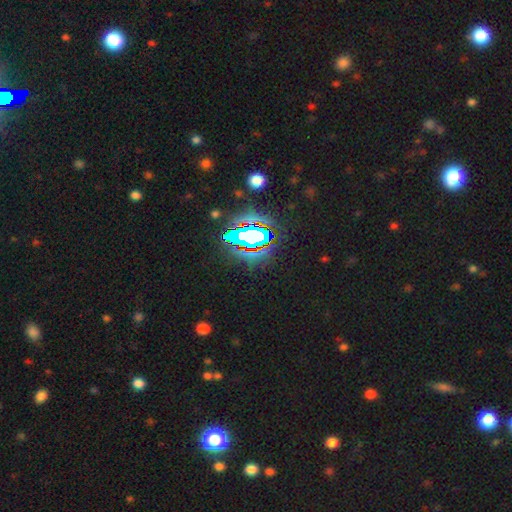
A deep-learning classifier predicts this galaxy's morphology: smooth-or-featured: star or artifact: 83% | smooth: 10% | featured or disk: 7%